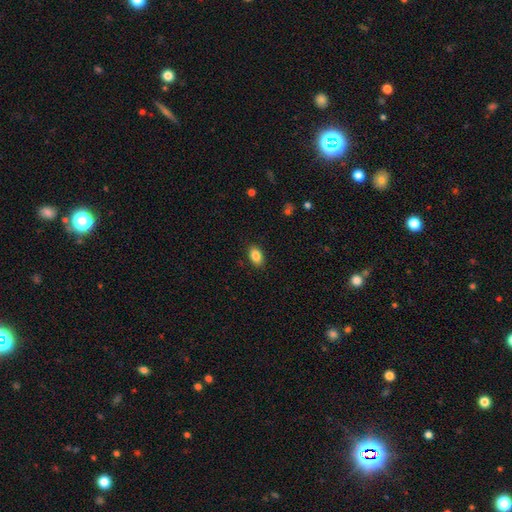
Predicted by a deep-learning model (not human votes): This appears to be a smooth galaxy with no disk features (87%) that is in between round and cigar-shaped (89%). Merging: none (88%).